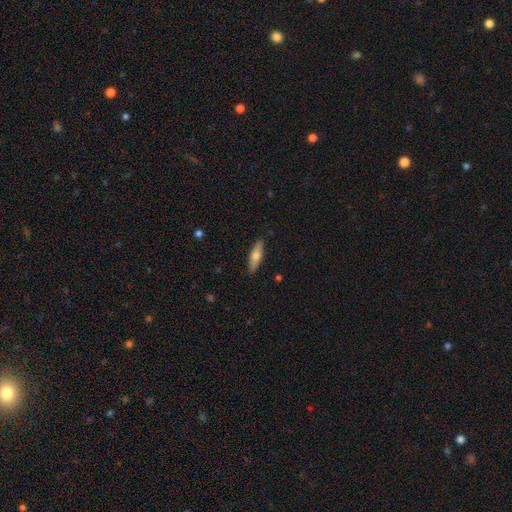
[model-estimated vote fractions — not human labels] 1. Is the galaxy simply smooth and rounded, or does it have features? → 59% smooth, 35% featured or disk, 6% star or artifact.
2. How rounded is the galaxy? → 65% cigar-shaped, 33% in between, 2% round.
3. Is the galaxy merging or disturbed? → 88% none, 9% minor disturbance, 2% major disturbance, 1% merger.